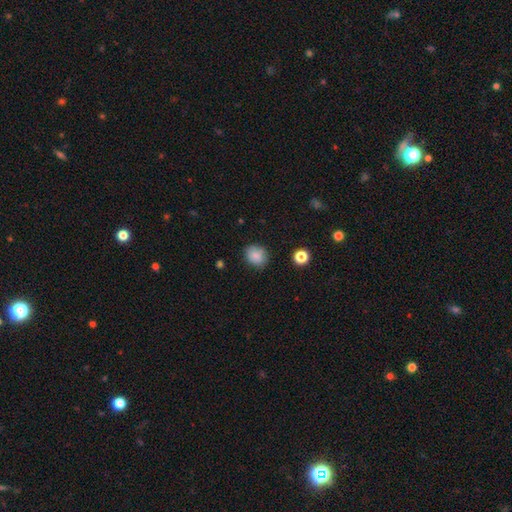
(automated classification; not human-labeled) Smooth or featured: smooth — 85% (star or artifact — 9%)
How rounded: round — 59% (in between — 40%)
Merging: none — 79% (minor disturbance — 15%)